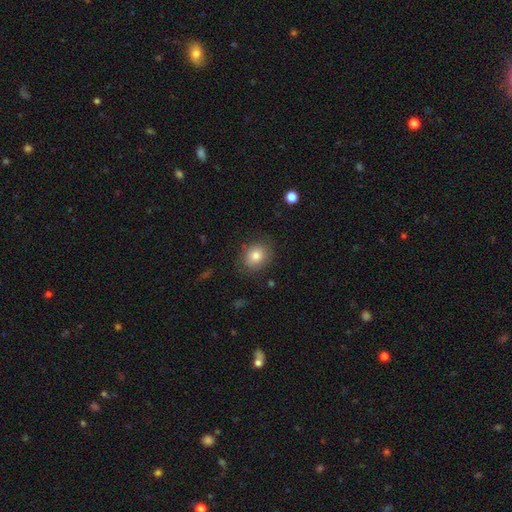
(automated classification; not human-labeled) A smooth galaxy with no disk features (80%) that is round (62%). Merging: none (82%).